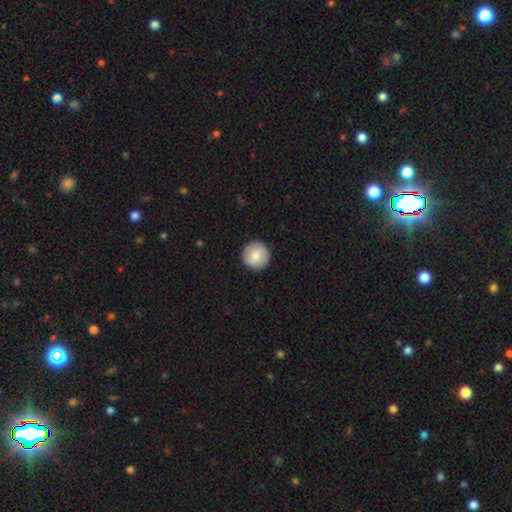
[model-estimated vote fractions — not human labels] Smooth or featured? Predicted: smooth (p=0.82). How rounded? Predicted: round (p=0.96). Merging? Predicted: none (p=0.91).